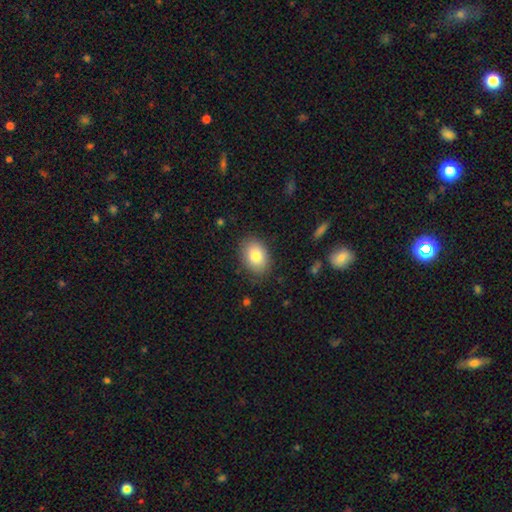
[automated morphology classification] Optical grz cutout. It shows a smooth galaxy with no disk features (82%) that is in between round and cigar-shaped (80%). Merging: none (84%).